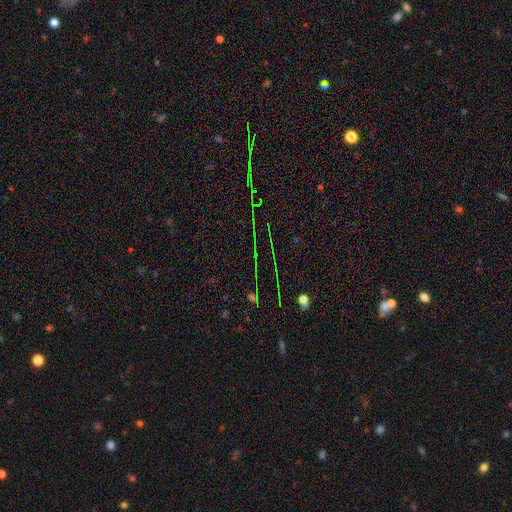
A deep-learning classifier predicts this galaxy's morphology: star or artifact 76%, smooth 13%, featured or disk 11%.